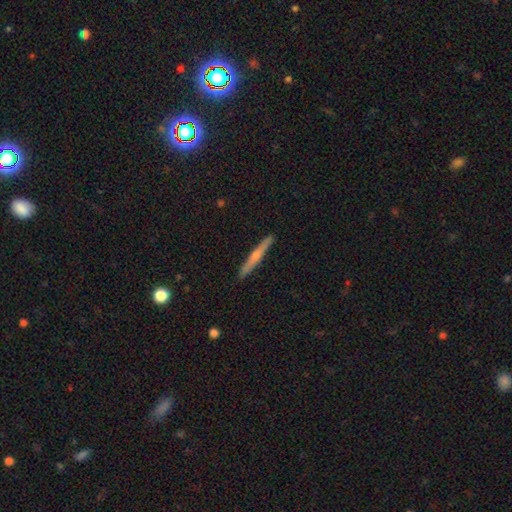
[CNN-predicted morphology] This is possibly a featured or disk galaxy (53%). It is clearly viewed edge-on (97%). Edge-on bulge: likely rounded (65%). Merging: clearly none (91%).